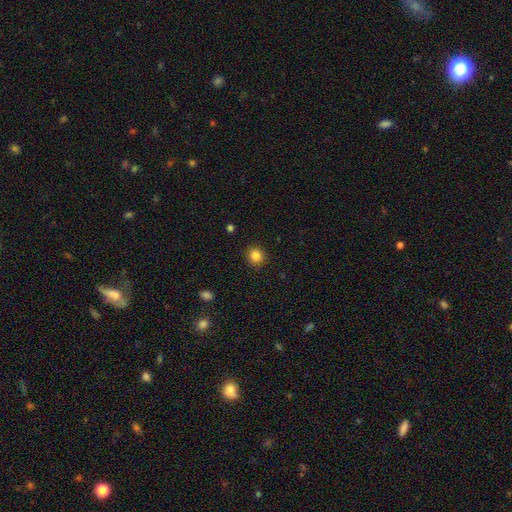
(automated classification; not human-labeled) Smooth or featured: smooth — 84% (star or artifact — 11%)
How rounded: round — 90% (in between — 10%)
Merging: none — 92% (minor disturbance — 5%)